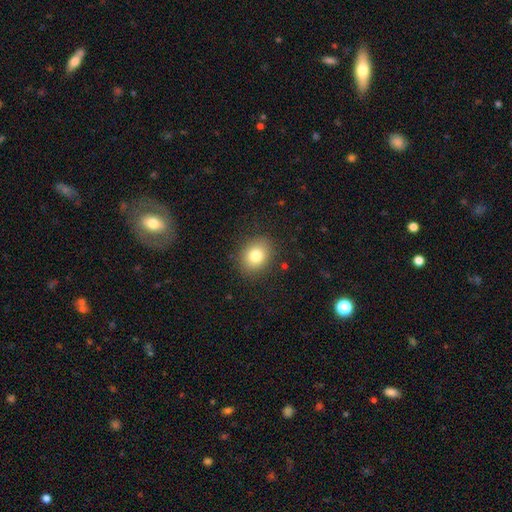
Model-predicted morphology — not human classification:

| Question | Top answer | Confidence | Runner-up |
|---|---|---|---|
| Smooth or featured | smooth | 81% | star or artifact (10%) |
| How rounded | round | 54% | in between (46%) |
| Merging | none | 87% | minor disturbance (9%) |